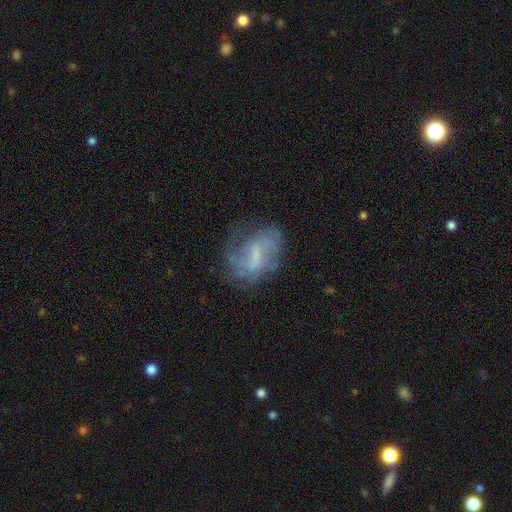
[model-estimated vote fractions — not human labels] This is likely a featured or disk galaxy (64%). It is clearly not viewed edge-on (96%). Bar: possibly weak (50%). Spiral arm pattern: likely yes (75%). Central bulge: marginally none (41%). Merging: possibly none (54%).